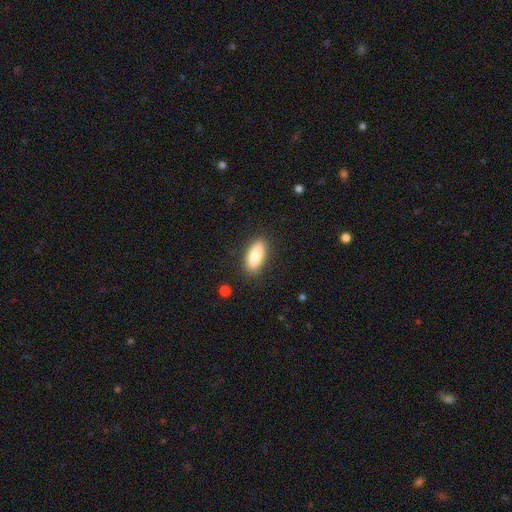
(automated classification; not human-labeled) This is clearly a smooth galaxy (84%). How rounded: clearly in between (84%). Merging: clearly none (86%).